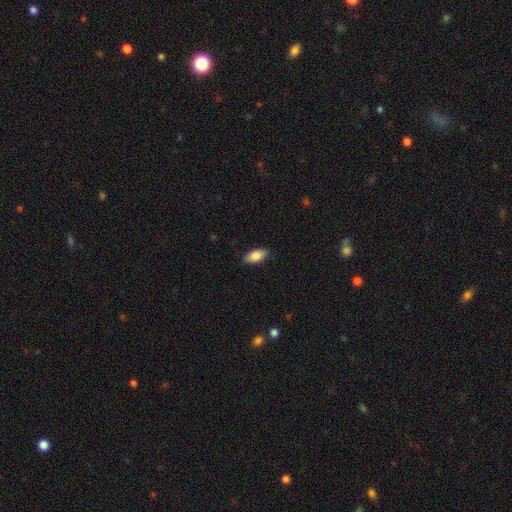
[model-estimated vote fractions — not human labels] A smooth galaxy with no disk features (85%) that is in between round and cigar-shaped (90%).

Vote fractions:
- Smooth or featured? smooth: 85% / featured or disk: 9% / star or artifact: 6%
- How rounded? in between: 90% / cigar-shaped: 8% / round: 3%
- Merging? none: 87% / minor disturbance: 10% / major disturbance: 2% / merger: 1%